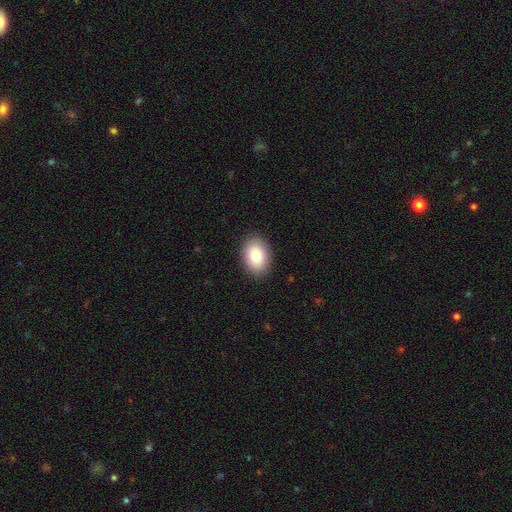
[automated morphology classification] smooth_or_featured: smooth (p=0.82) [alt: featured or disk p=0.11]
how_rounded: in between (p=0.80) [alt: round p=0.19]
merging: none (p=0.89) [alt: minor disturbance p=0.08]